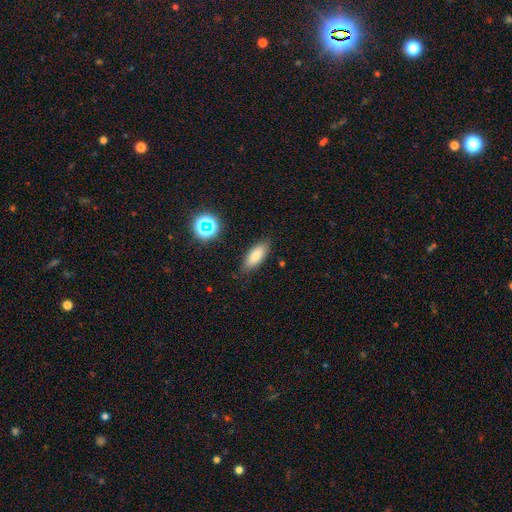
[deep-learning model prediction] Q: Smooth or featured?
A: smooth (78%); runner-up: featured or disk (12%)
Q: How rounded?
A: in between (81%); runner-up: cigar-shaped (16%)
Q: Merging?
A: none (83%); runner-up: minor disturbance (12%)